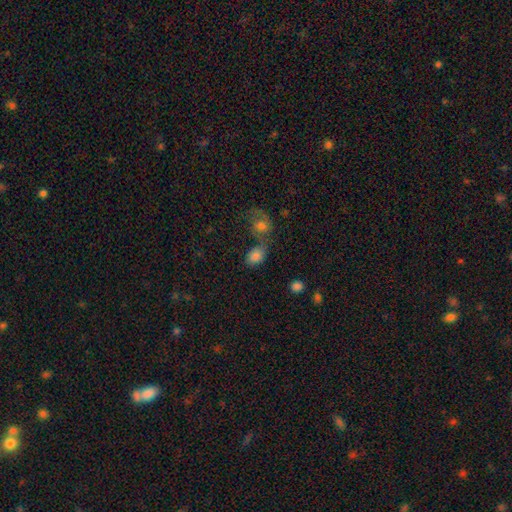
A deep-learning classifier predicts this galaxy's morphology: smooth_or_featured: smooth (p=0.79) [alt: star or artifact p=0.11]
how_rounded: in between (p=0.76) [alt: round p=0.23]
merging: merger (p=0.40) [alt: none p=0.37]